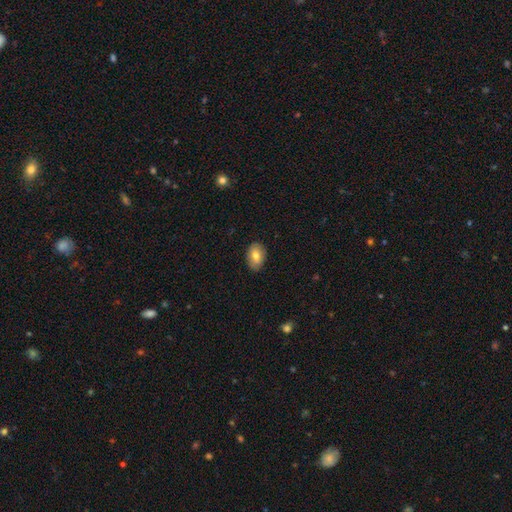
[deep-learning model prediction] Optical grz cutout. It shows a smooth galaxy with no disk features (76%) that is in between round and cigar-shaped (87%). Merging: none (87%).